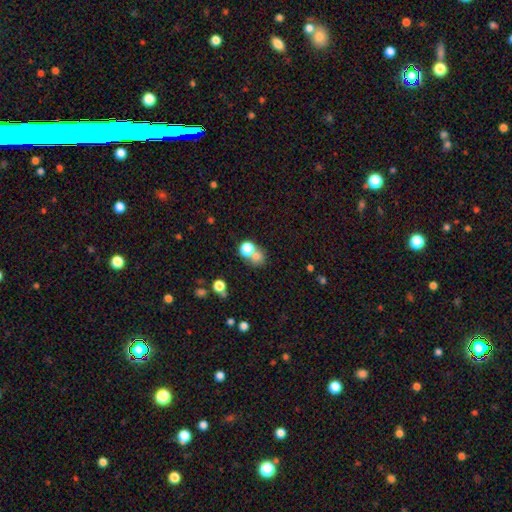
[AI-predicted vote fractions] This is likely a smooth galaxy (72%). How rounded: likely round (77%). Merging: marginally merger (44%).